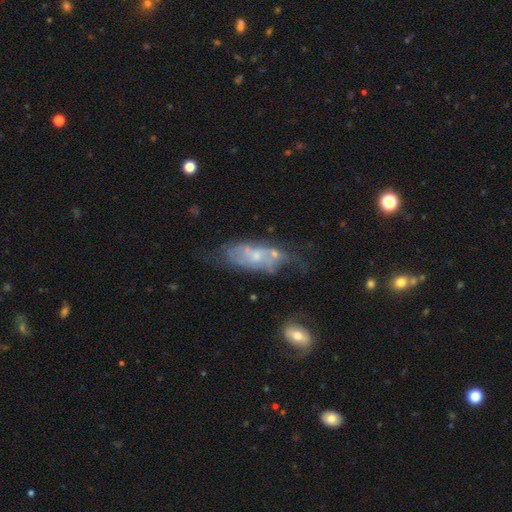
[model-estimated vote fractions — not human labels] The model was most divided on "spiral arms": yes: 56%, no: 44%. Remaining: edge-on disk — no (88%); bar — no (72%); smooth or featured — featured or disk (63%); bulge size — small (60%); merging — none (41%).